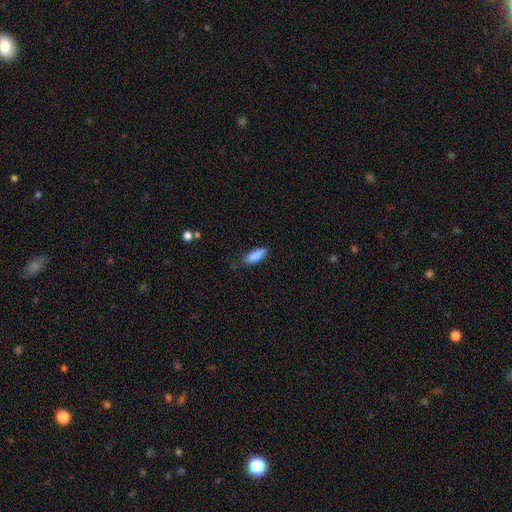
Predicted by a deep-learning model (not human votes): smooth-or-featured: smooth: 88% | star or artifact: 6% | featured or disk: 5%
  how-rounded: in between: 73% | cigar-shaped: 25% | round: 2%
  merging: none: 77% | minor disturbance: 18% | major disturbance: 3% | merger: 1%